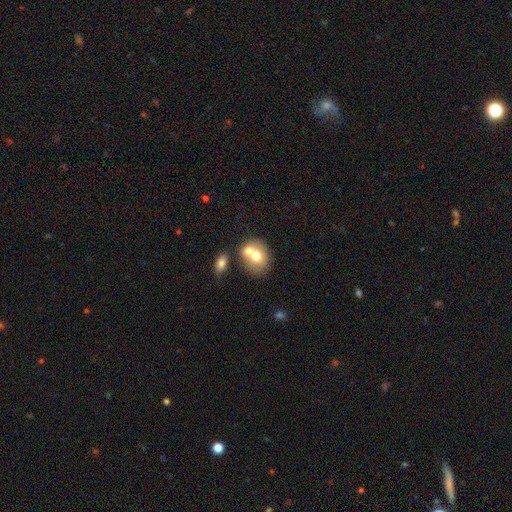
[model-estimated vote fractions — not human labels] A smooth galaxy with no disk features (67%) that is round (53%). Merging: merger (57%).